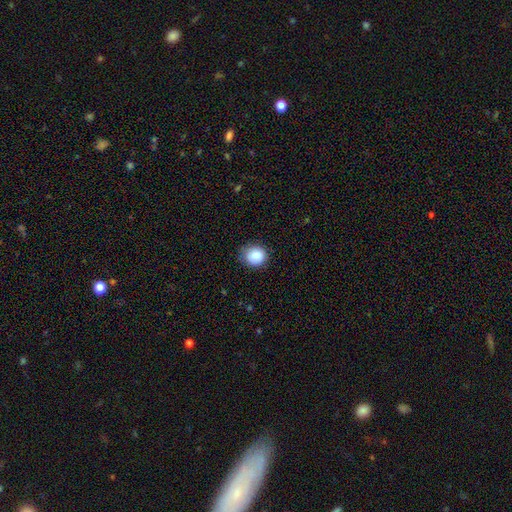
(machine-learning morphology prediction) Overall: smooth (88%). How rounded: round (80%). Merging: none (78%).